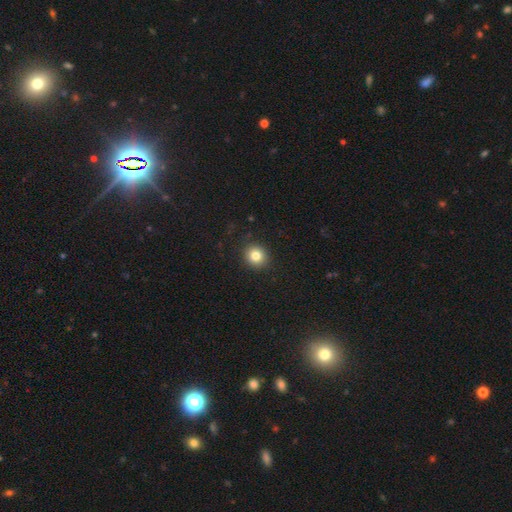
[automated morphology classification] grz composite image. It shows a smooth galaxy with no disk features (82%) that is round (87%). Merging: none (91%).